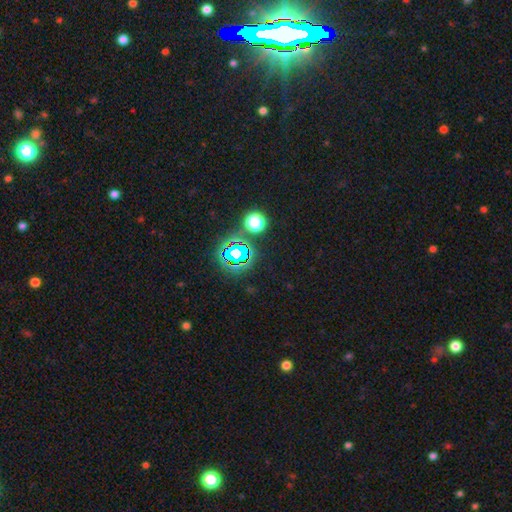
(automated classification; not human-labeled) Smooth or featured?
  - star or artifact: 80% *
  - smooth: 13%
  - featured or disk: 7%